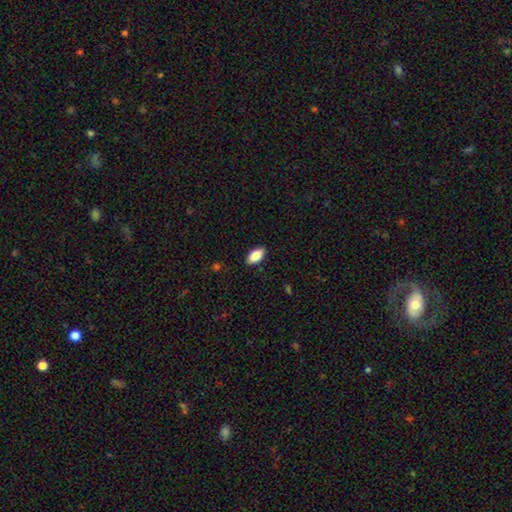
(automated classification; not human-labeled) A smooth galaxy with no disk features (83%) that is in between round and cigar-shaped (93%). Merging: none (88%).